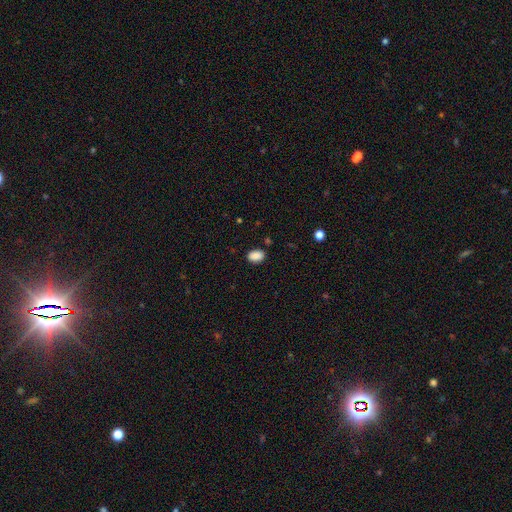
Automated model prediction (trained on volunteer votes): Smooth or featured: smooth — 89% (star or artifact — 8%)
How rounded: in between — 87% (round — 12%)
Merging: none — 85% (minor disturbance — 11%)